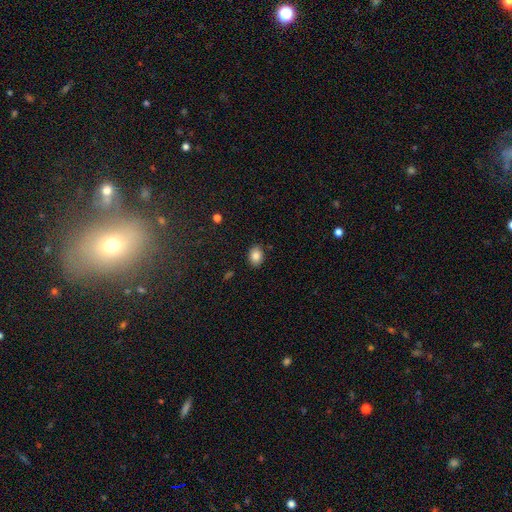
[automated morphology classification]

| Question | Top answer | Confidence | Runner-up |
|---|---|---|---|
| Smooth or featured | smooth | 85% | star or artifact (9%) |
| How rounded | in between | 67% | round (32%) |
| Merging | none | 87% | minor disturbance (9%) |